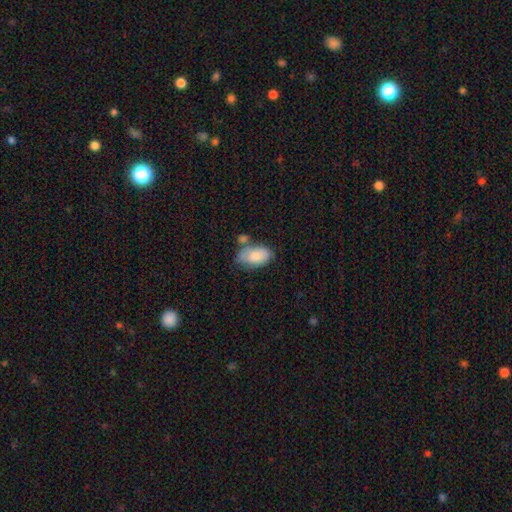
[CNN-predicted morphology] Q: Smooth or featured?
A: smooth (83%); runner-up: featured or disk (11%)
Q: How rounded?
A: in between (94%); runner-up: round (4%)
Q: Merging?
A: none (51%); runner-up: minor disturbance (23%)